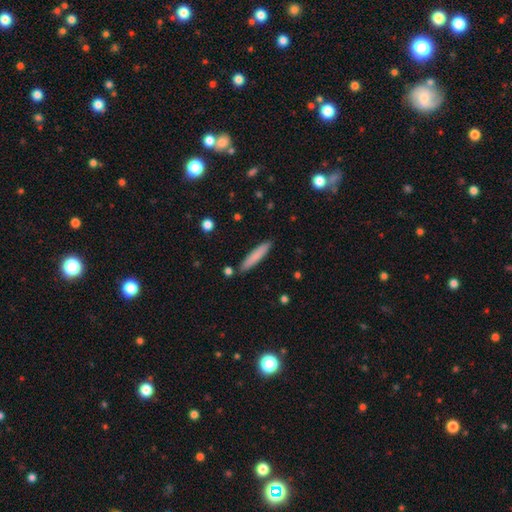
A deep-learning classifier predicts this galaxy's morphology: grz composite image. It shows a smooth galaxy with no disk features (79%) that is cigar-shaped (91%). Merging: none (87%).